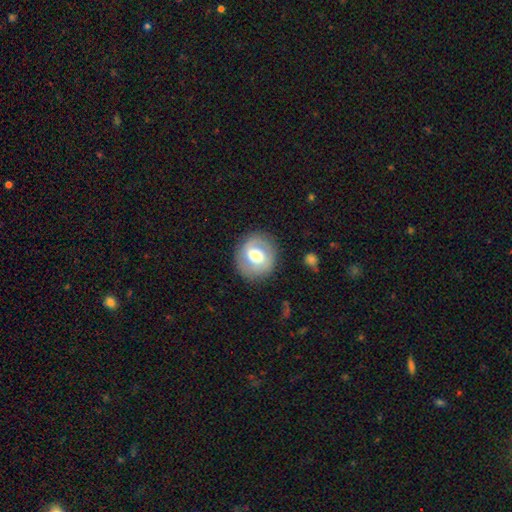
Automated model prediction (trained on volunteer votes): This appears to be a smooth galaxy with no disk features (52%) that is round (81%). Merging: none (84%).